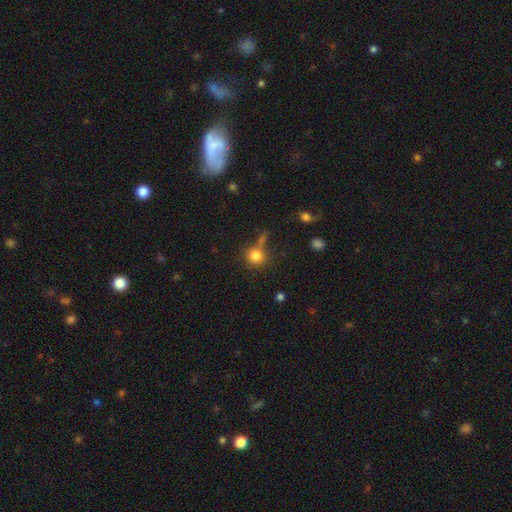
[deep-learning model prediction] smooth 81%, star or artifact 12%, featured or disk 8%. Down the decision tree: how rounded — round (87%); merging — none (64%).